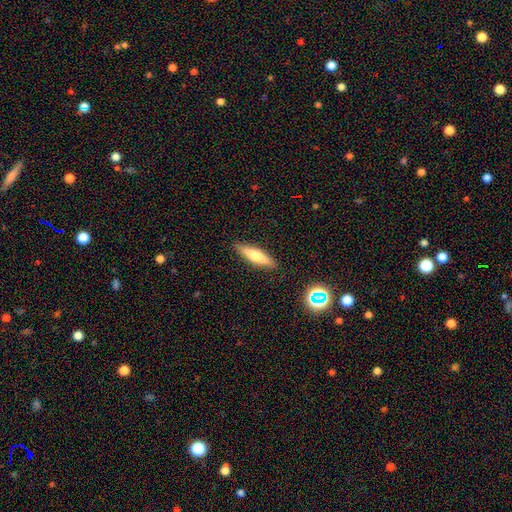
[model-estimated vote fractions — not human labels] This appears to be a smooth galaxy with no disk features (60%) that is cigar-shaped (72%). Merging: none (88%).